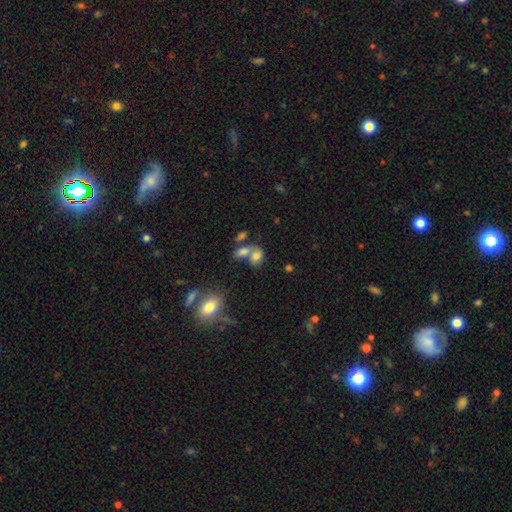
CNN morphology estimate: smooth 70%, featured or disk 17%, star or artifact 13%. Down the decision tree: how rounded — in between (78%); merging — merger (49%).